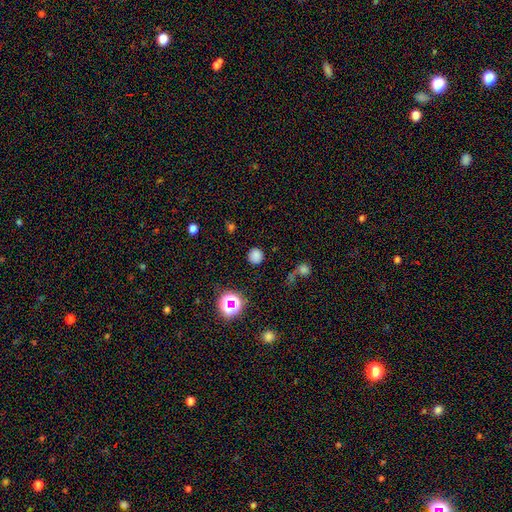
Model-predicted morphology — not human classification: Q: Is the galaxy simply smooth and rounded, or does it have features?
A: smooth — 75%.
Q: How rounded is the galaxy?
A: round — 92%.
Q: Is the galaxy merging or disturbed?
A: none — 87%.